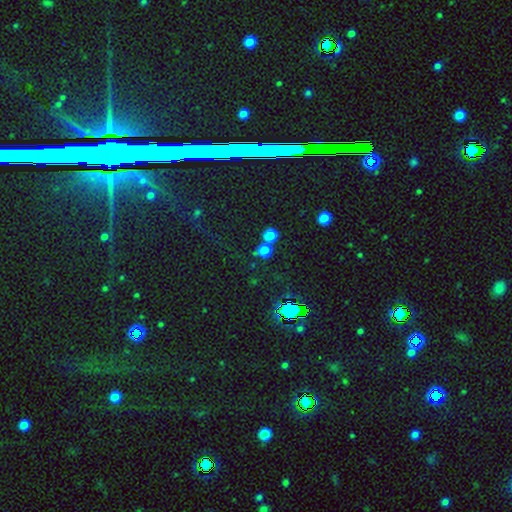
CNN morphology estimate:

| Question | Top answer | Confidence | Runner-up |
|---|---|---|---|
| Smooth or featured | star or artifact | 82% | smooth (10%) |